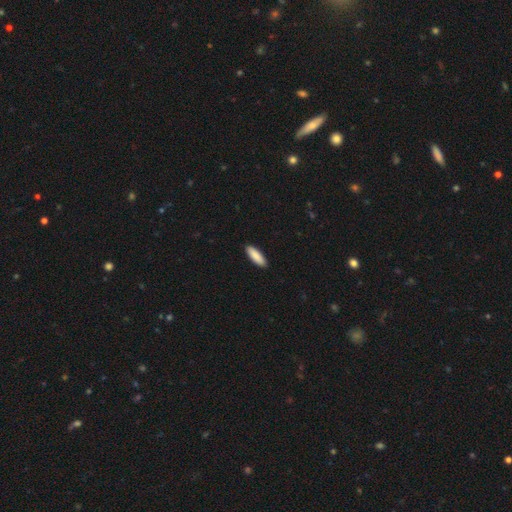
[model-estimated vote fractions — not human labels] A smooth galaxy with no disk features (90%) that is in between round and cigar-shaped (53%). Merging: none (91%).